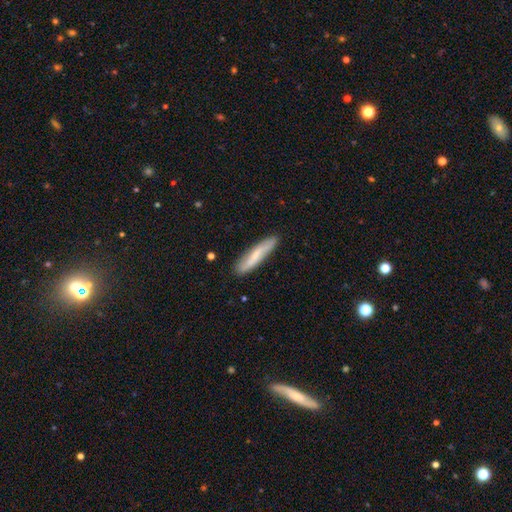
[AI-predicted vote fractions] Smooth or featured?
  - smooth: 57% *
  - featured or disk: 37%
  - star or artifact: 6%
How rounded?
  - cigar-shaped: 87% *
  - in between: 12%
  - round: 2%
Merging?
  - none: 86% *
  - minor disturbance: 10%
  - major disturbance: 2%
  - merger: 1%